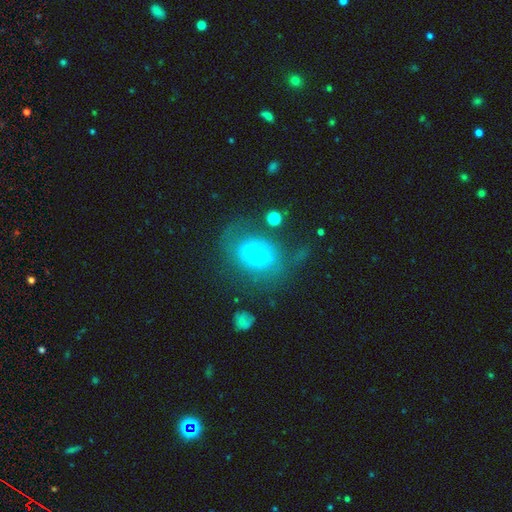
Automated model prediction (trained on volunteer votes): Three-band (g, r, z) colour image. It shows a featured or disk galaxy (48%). Merging: none (33%, tied with major disturbance).